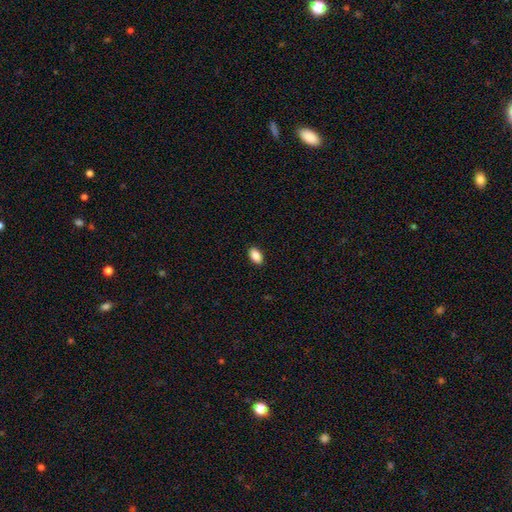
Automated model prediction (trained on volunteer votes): smooth-or-featured: smooth: 88% | star or artifact: 7% | featured or disk: 4%
  how-rounded: in between: 93% | round: 5% | cigar-shaped: 3%
  merging: none: 90% | minor disturbance: 7% | major disturbance: 2% | merger: 1%